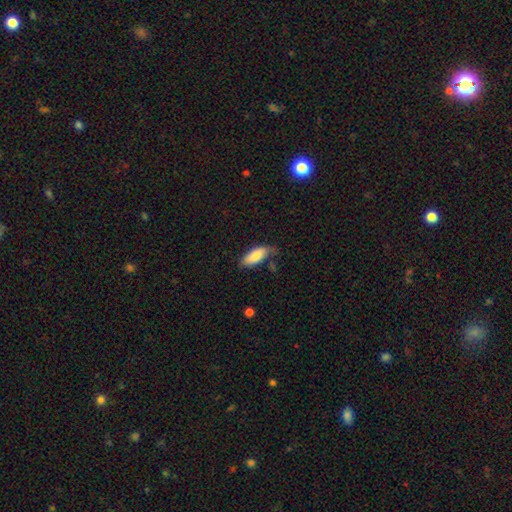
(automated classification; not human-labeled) Smooth or featured?
  - smooth: 80% *
  - featured or disk: 13%
  - star or artifact: 6%
How rounded?
  - in between: 81% *
  - cigar-shaped: 18%
  - round: 2%
Merging?
  - none: 55% *
  - minor disturbance: 33%
  - major disturbance: 8%
  - merger: 4%